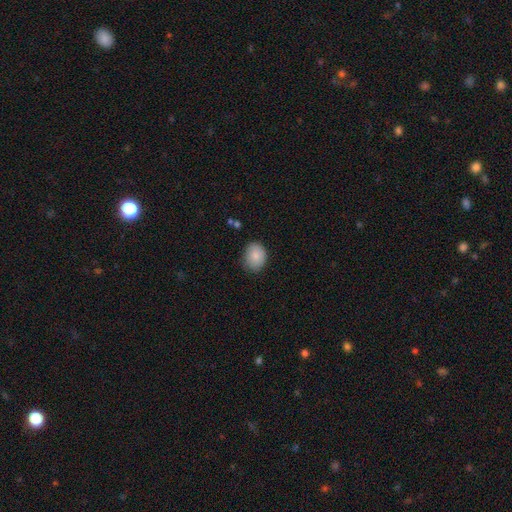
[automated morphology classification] smooth 85%, featured or disk 8%, star or artifact 7%. Down the decision tree: how rounded — in between (57%); merging — none (75%).